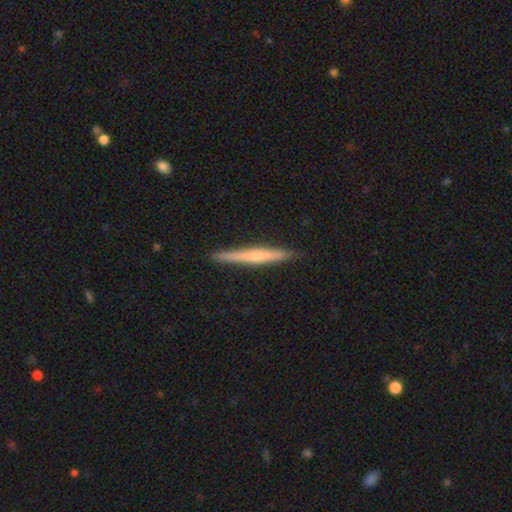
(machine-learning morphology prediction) This is possibly a featured or disk galaxy (52%). It is clearly viewed edge-on (98%). Edge-on bulge: possibly none (46%). Merging: clearly none (91%).